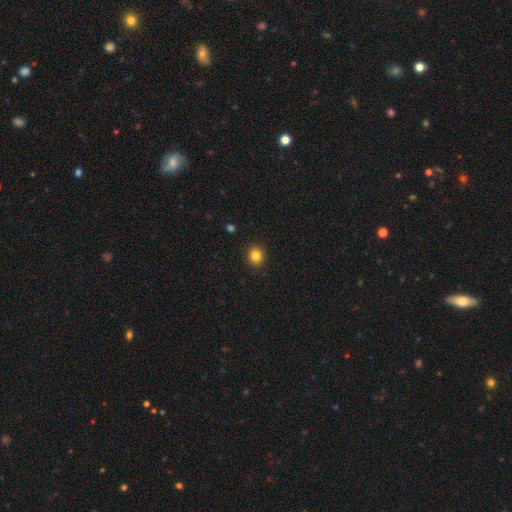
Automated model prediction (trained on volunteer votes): Smooth or featured: smooth — 83% (star or artifact — 11%)
How rounded: round — 83% (in between — 16%)
Merging: none — 92% (minor disturbance — 5%)